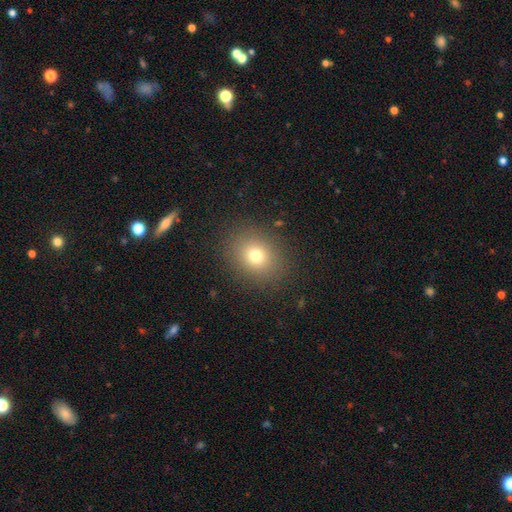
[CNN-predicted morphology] This is likely a smooth galaxy (74%). How rounded: likely round (64%). Merging: clearly none (88%).